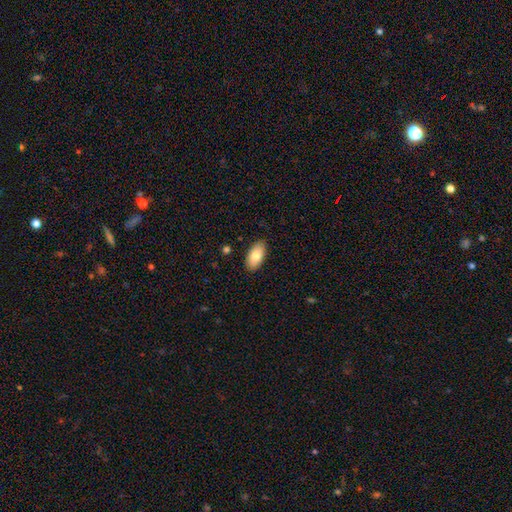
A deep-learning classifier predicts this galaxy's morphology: This appears to be a smooth galaxy with no disk features (81%) that is in between round and cigar-shaped (94%). Merging: none (88%).